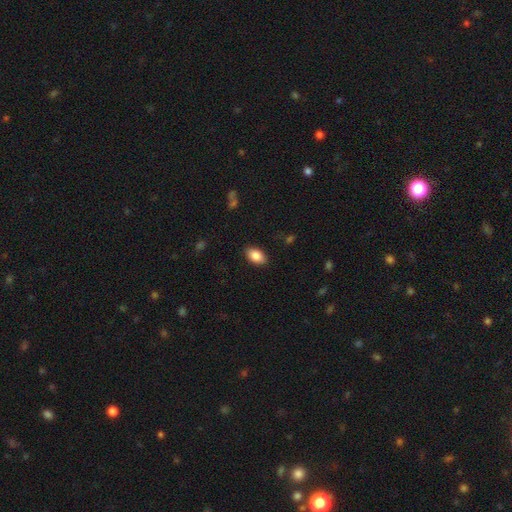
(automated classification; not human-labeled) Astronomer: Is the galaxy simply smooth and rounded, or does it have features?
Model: smooth — 86%.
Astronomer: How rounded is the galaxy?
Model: in between — 92%.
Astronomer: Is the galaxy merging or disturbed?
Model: none — 87%.